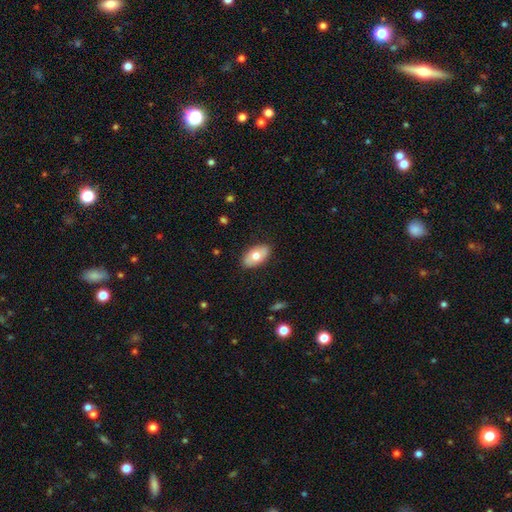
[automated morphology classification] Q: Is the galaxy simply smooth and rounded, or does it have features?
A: smooth — 69%.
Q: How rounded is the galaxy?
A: in between — 93%.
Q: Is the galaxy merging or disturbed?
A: none — 87%.